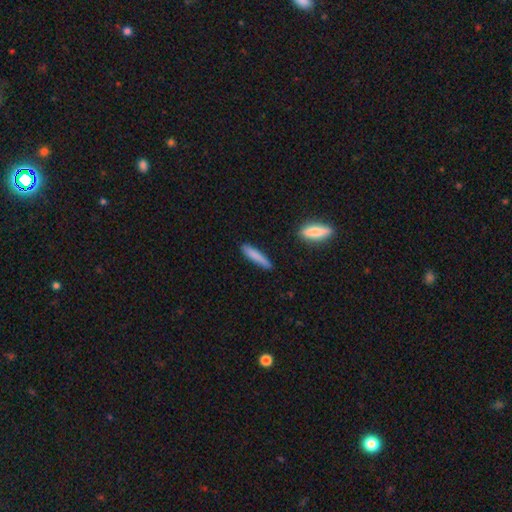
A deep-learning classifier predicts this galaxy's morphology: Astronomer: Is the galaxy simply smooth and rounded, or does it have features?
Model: smooth — 80%.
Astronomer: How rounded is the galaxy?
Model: cigar-shaped — 88%.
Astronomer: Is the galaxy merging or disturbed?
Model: none — 82%.